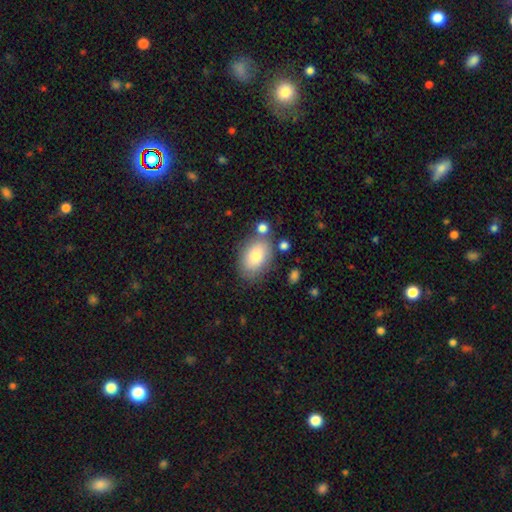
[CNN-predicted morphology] type=smooth (80%); roundness=in between (88%); merging=none (70%).